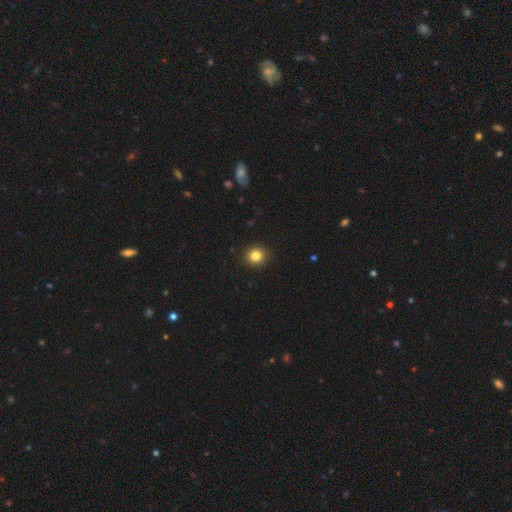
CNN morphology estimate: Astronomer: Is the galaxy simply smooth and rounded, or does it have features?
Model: smooth — 83%.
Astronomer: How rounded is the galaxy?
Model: round — 87%.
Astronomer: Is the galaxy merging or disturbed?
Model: none — 92%.